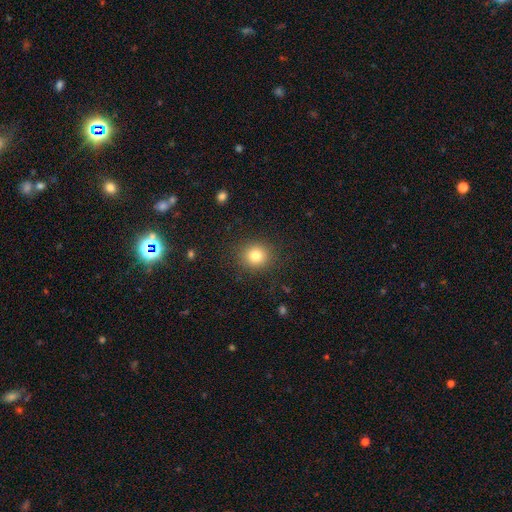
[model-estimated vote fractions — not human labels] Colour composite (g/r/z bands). It shows a smooth galaxy with no disk features (80%) that is round (87%). Merging: none (89%).